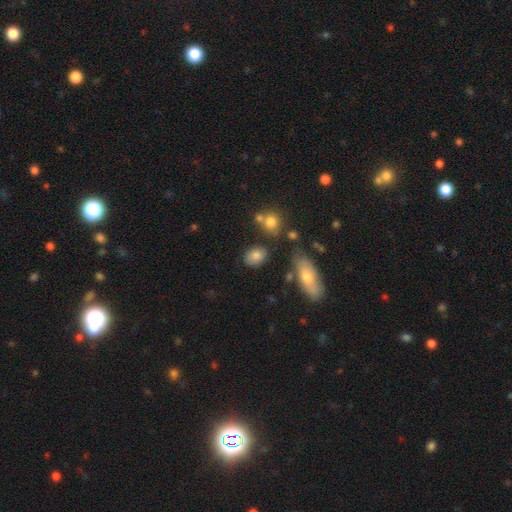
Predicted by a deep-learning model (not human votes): smooth-or-featured: smooth: 83% | star or artifact: 9% | featured or disk: 7%
  how-rounded: in between: 68% | round: 29% | cigar-shaped: 2%
  merging: none: 76% | minor disturbance: 14% | merger: 6% | major disturbance: 4%